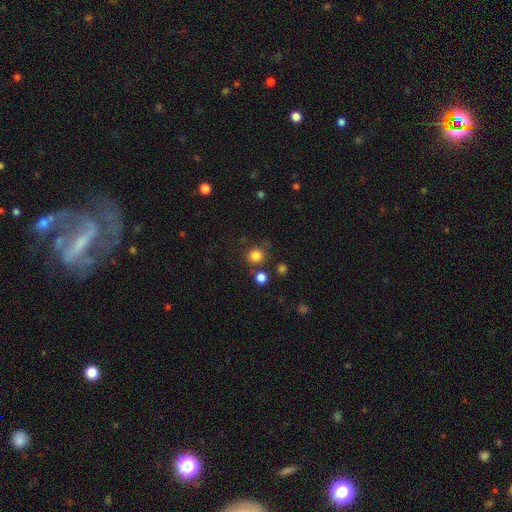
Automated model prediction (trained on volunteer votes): smooth 82%, star or artifact 13%, featured or disk 5%. Down the decision tree: how rounded — round (92%); merging — none (77%).